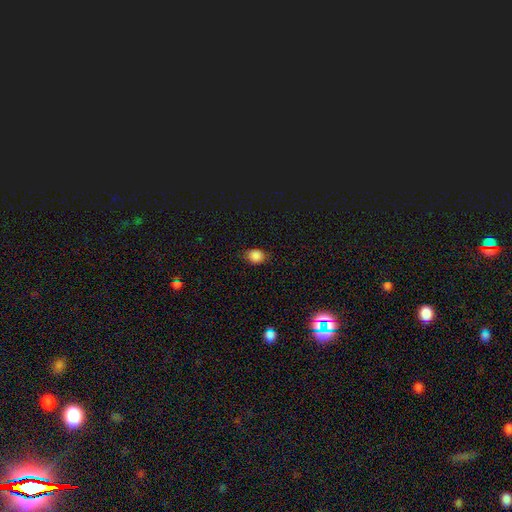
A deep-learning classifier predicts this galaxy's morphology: type=smooth (86%); roundness=round (57%); merging=none (77%).